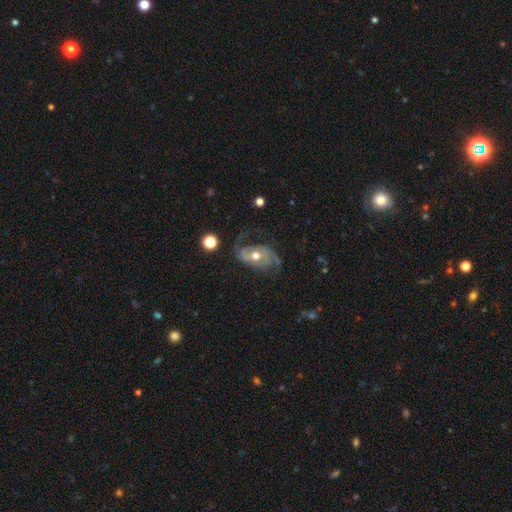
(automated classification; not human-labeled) Smooth or featured?
  - featured or disk: 79% *
  - smooth: 14%
  - star or artifact: 6%
Edge-on disk?
  - no: 96% *
  - yes: 4%
Bar?
  - no: 65% *
  - weak: 26%
  - strong: 9%
Spiral arms?
  - yes: 91% *
  - no: 9%
Spiral winding?
  - loose: 50% *
  - medium: 35%
  - tight: 14%
Spiral arm count?
  - 2: 81% *
  - can't tell: 8%
  - 1: 4%
  - 3: 4%
  - 4: 2%
  - more than 4: 2%
Bulge size?
  - moderate: 78% *
  - small: 12%
  - large: 8%
  - dominant: 1%
  - none: 1%
Merging?
  - none: 54% *
  - minor disturbance: 23%
  - major disturbance: 21%
  - merger: 2%